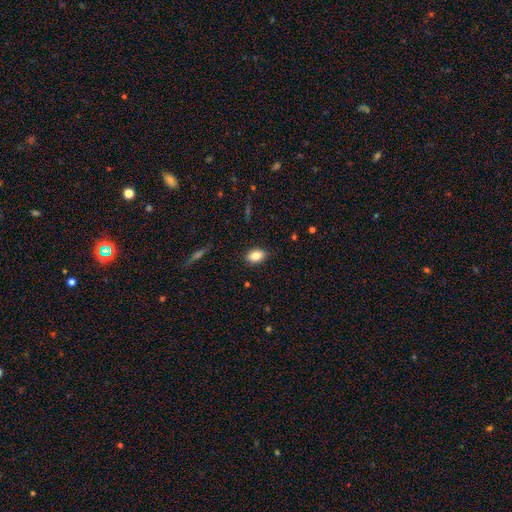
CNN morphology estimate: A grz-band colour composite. It shows a smooth galaxy with no disk features (84%) that is in between round and cigar-shaped (86%). Merging: none (86%).